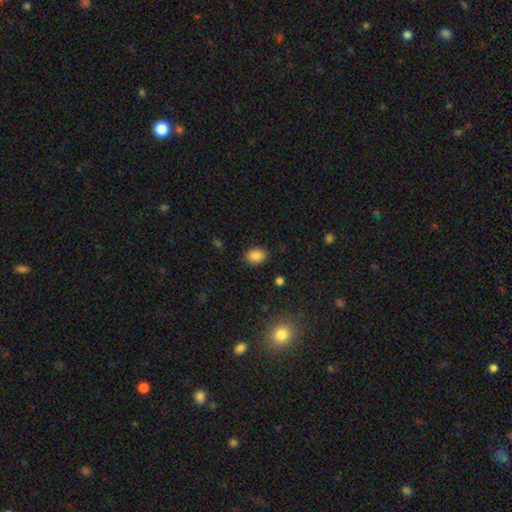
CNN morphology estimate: Smooth or featured? Predicted: smooth (p=0.85). How rounded? Predicted: in between (p=0.69). Merging? Predicted: none (p=0.86).